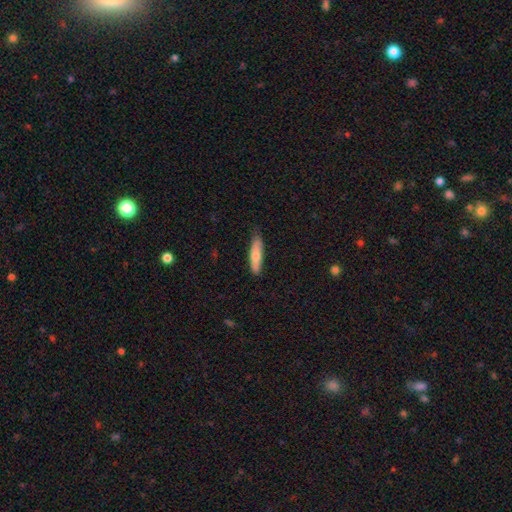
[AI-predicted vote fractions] Overall: smooth (72%). How rounded: cigar-shaped (73%). Merging: none (78%).